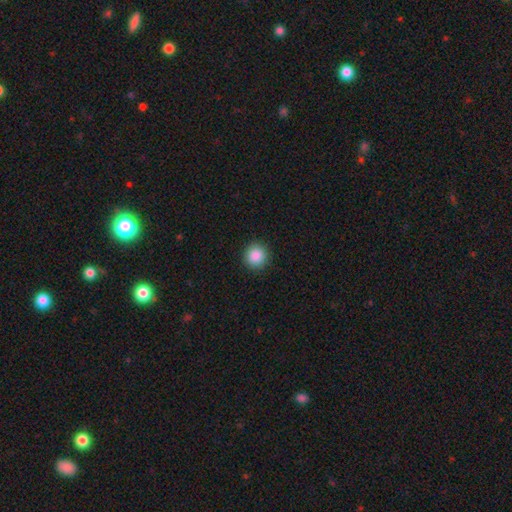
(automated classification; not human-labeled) This is clearly a smooth galaxy (88%). How rounded: clearly round (92%). Merging: clearly none (92%).